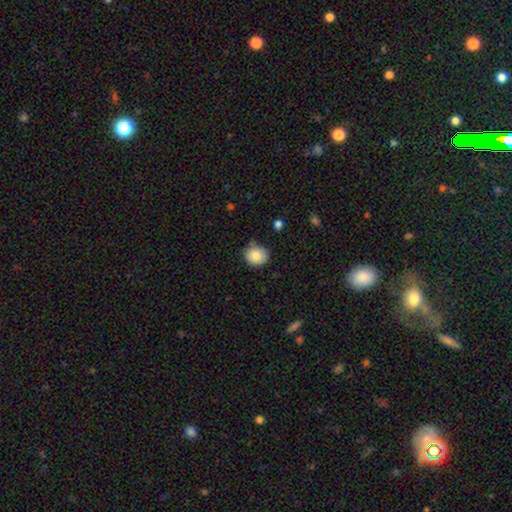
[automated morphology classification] smooth 84%, star or artifact 9%, featured or disk 7%. Down the decision tree: how rounded — round (77%); merging — none (73%).